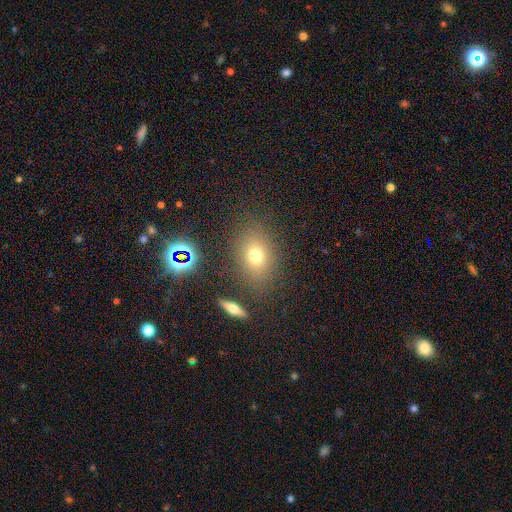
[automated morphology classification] This appears to be a smooth galaxy with no disk features (68%) that is in between round and cigar-shaped (60%). Merging: none (80%).